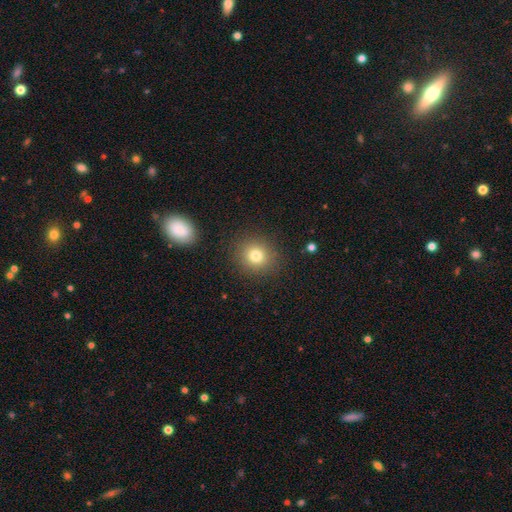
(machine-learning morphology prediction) smooth_or_featured: smooth (p=0.78) [alt: star or artifact p=0.13]
how_rounded: round (p=0.86) [alt: in between p=0.13]
merging: none (p=0.89) [alt: minor disturbance p=0.07]